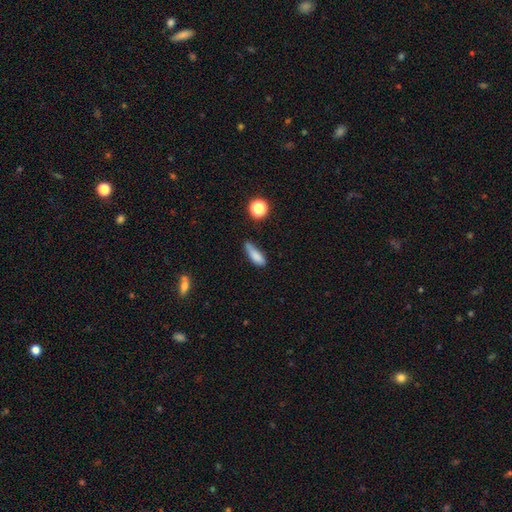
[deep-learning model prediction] Smooth or featured? smooth (80%)
How rounded? cigar-shaped (49%)
Merging? none (45%)